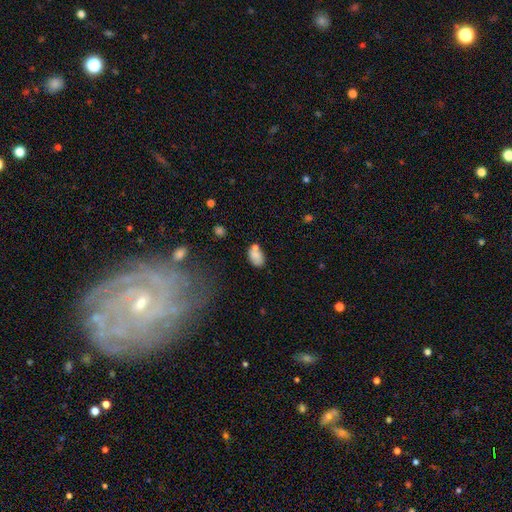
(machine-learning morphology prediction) This is likely a smooth galaxy (78%). How rounded: clearly in between (86%). Merging: possibly none (50%).